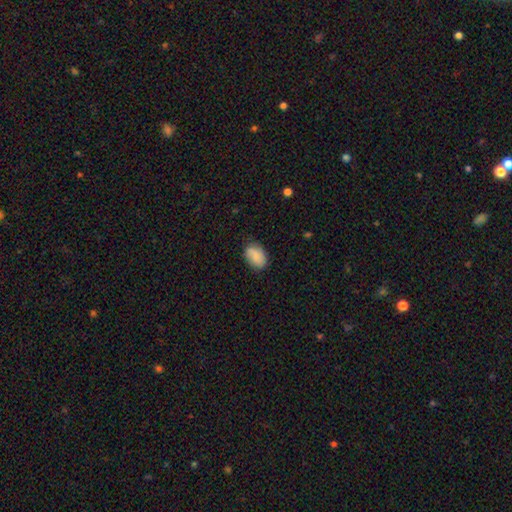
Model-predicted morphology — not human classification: This appears to be a smooth galaxy with no disk features (82%) that is in between round and cigar-shaped (86%). Merging: none (76%).